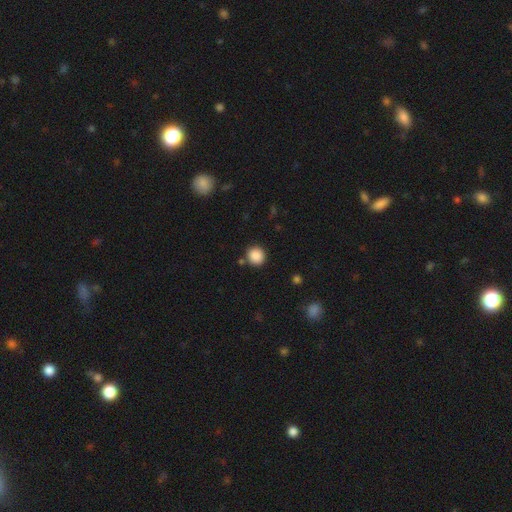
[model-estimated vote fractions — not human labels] smooth-or-featured: smooth: 88% | star or artifact: 9% | featured or disk: 3%
  how-rounded: round: 90% | in between: 9% | cigar-shaped: 1%
  merging: none: 85% | minor disturbance: 8% | merger: 5% | major disturbance: 3%